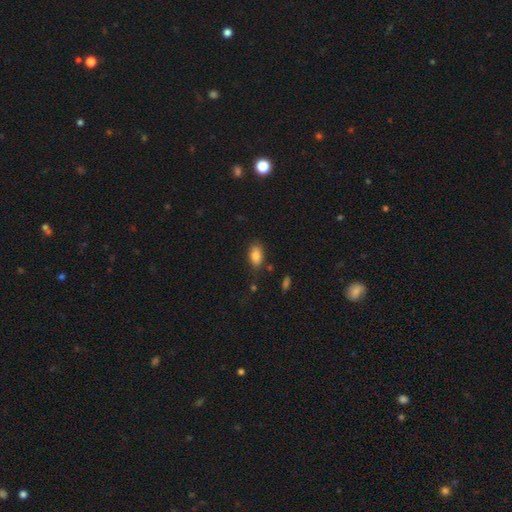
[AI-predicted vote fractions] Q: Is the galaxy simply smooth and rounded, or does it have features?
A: smooth — 85%.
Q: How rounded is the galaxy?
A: in between — 90%.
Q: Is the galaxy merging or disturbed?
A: none — 77%.